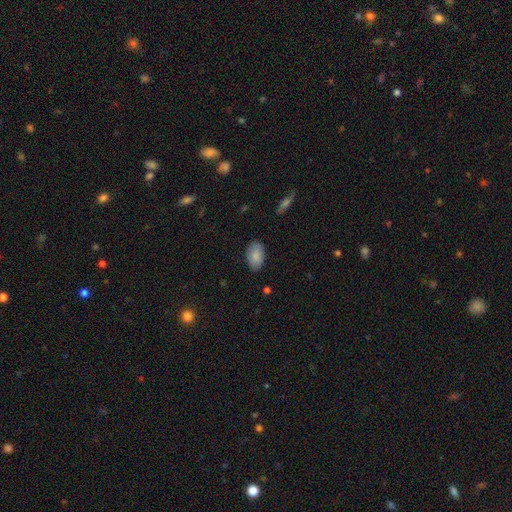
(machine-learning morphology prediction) Smooth or featured?
  - smooth: 84% *
  - featured or disk: 9%
  - star or artifact: 6%
How rounded?
  - in between: 93% *
  - round: 6%
  - cigar-shaped: 1%
Merging?
  - none: 84% *
  - minor disturbance: 13%
  - major disturbance: 3%
  - merger: 1%